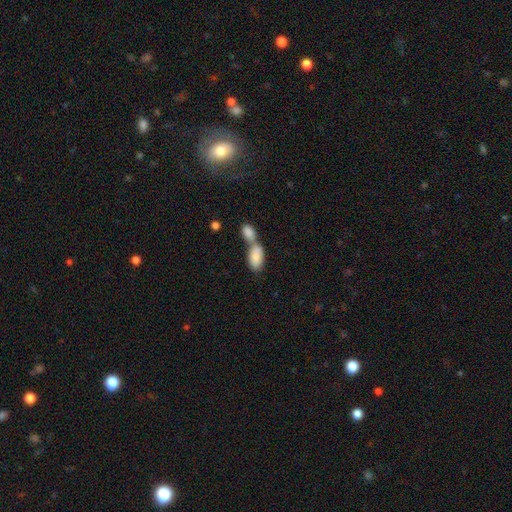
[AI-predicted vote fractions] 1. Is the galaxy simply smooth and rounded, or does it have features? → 84% smooth, 10% featured or disk, 6% star or artifact.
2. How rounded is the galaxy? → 92% in between, 4% cigar-shaped, 4% round.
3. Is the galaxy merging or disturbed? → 71% merger, 19% none, 7% minor disturbance, 3% major disturbance.